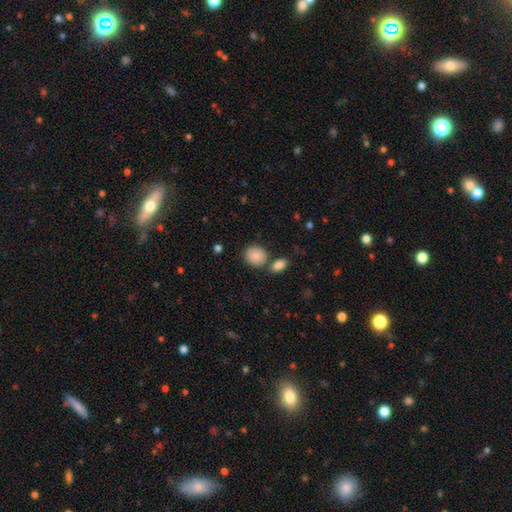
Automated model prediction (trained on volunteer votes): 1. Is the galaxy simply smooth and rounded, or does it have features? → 87% smooth, 7% star or artifact, 6% featured or disk.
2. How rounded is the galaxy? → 70% round, 29% in between, 1% cigar-shaped.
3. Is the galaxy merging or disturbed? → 69% none, 18% merger, 10% minor disturbance, 3% major disturbance.